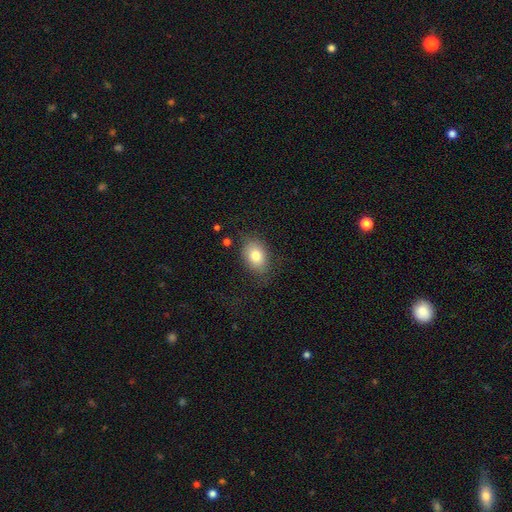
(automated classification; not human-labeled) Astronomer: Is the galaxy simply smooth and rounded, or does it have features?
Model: smooth — 78%.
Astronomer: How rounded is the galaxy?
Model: in between — 77%.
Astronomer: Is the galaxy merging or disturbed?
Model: none — 75%.